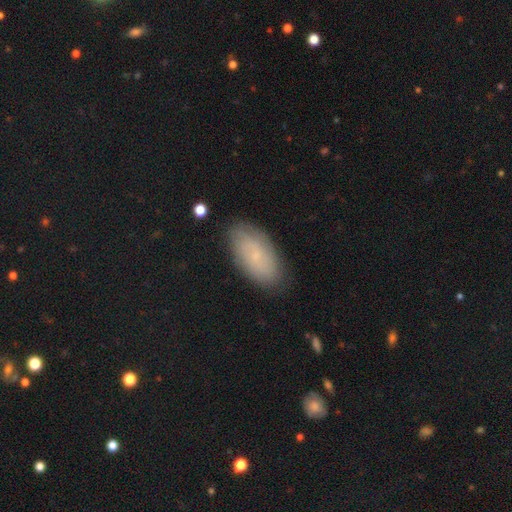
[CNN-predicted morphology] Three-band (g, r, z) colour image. It shows a smooth galaxy with no disk features (53%) that is in between round and cigar-shaped (93%). Merging: none (83%).